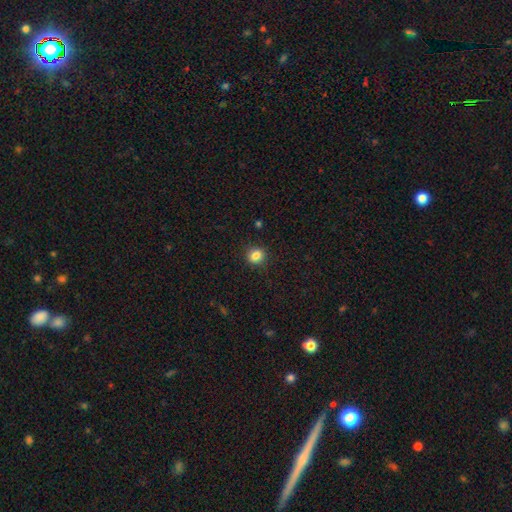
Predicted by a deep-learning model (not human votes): Morphology: type=smooth (83%); roundness=round (72%); merging=none (88%).